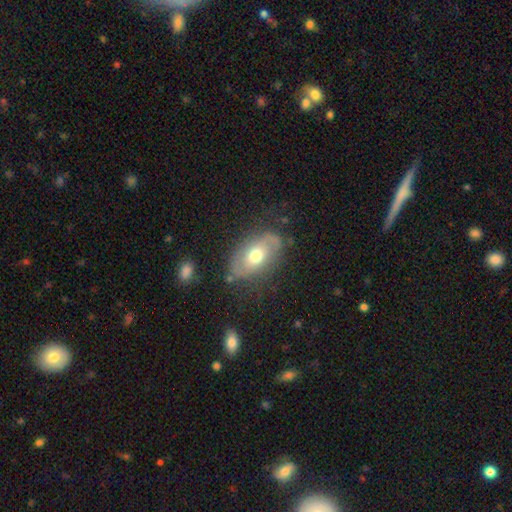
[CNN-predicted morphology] This appears to be a smooth galaxy with no disk features (49%). Merging: none (73%).